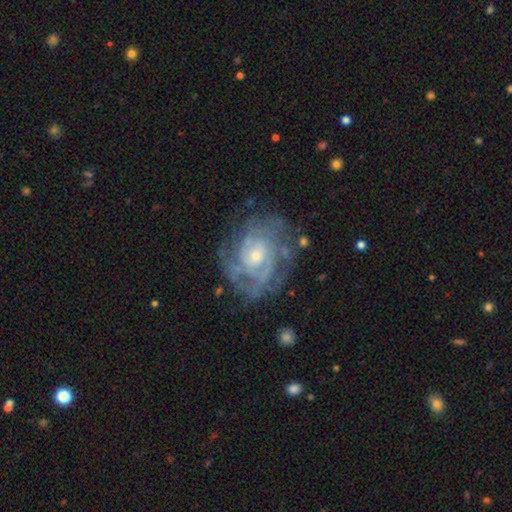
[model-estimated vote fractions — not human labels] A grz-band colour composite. It shows a featured or disk galaxy (84%) with no bar (68%), tight (65%) spiral arms (90%) and a small central bulge (53%). Merging: none (70%).